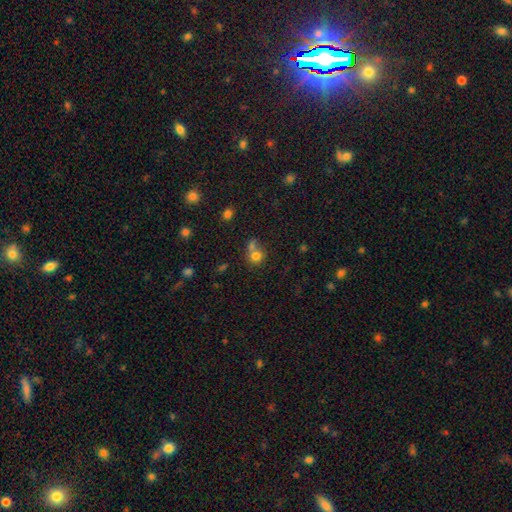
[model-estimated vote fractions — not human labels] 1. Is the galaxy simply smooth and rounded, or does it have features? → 76% smooth, 13% star or artifact, 11% featured or disk.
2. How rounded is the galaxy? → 80% round, 19% in between, 1% cigar-shaped.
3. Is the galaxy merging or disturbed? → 46% merger, 40% none, 9% minor disturbance, 4% major disturbance.